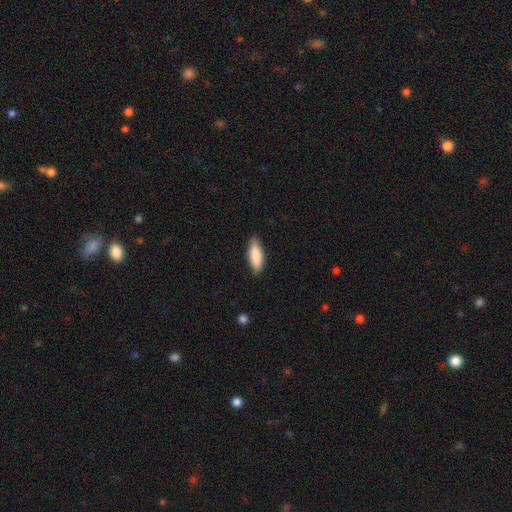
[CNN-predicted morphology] A smooth galaxy with no disk features (86%) that is in between round and cigar-shaped (64%). Merging: none (86%).